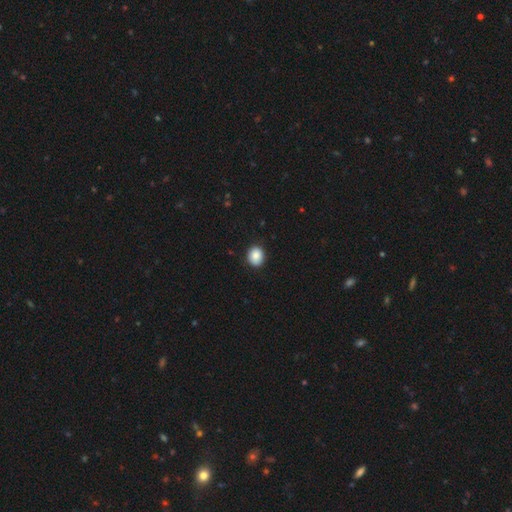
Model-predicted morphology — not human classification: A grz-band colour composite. It shows a smooth galaxy with no disk features (87%) that is round (63%). Merging: none (87%).